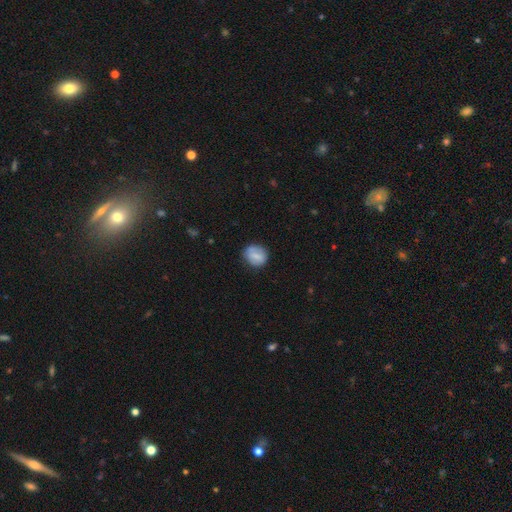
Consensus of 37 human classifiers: Overall: smooth (65%; featured or disk 27%). How rounded: in between (54%; round 46%). Merging: none (71%).